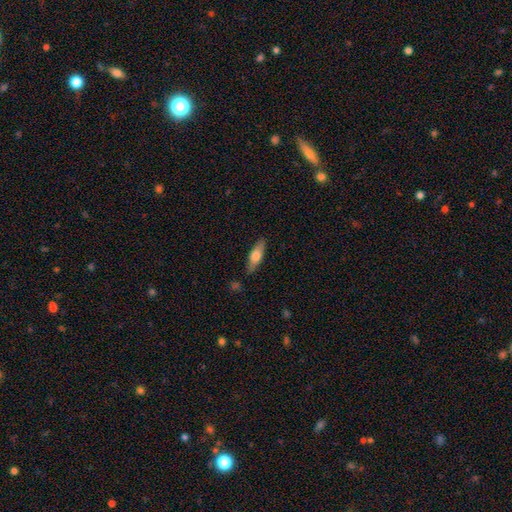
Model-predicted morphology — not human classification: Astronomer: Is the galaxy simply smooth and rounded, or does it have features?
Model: smooth — 57% (runner-up: featured or disk, 38%).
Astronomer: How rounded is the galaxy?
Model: in between — 51% (runner-up: cigar-shaped, 47%).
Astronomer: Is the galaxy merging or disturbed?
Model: none — 83%.